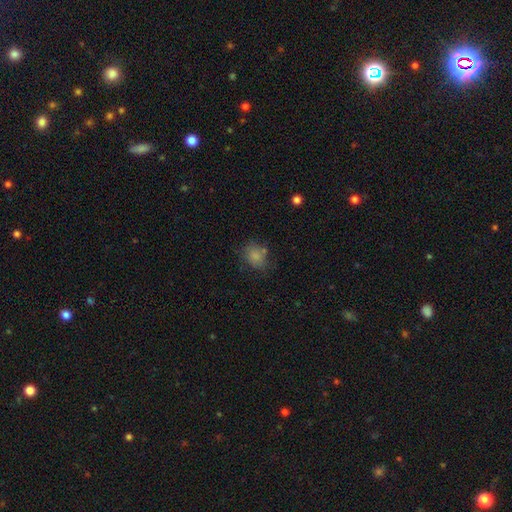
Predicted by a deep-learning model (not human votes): A smooth galaxy with no disk features (80%) that is in between round and cigar-shaped (51%). Merging: none (62%).